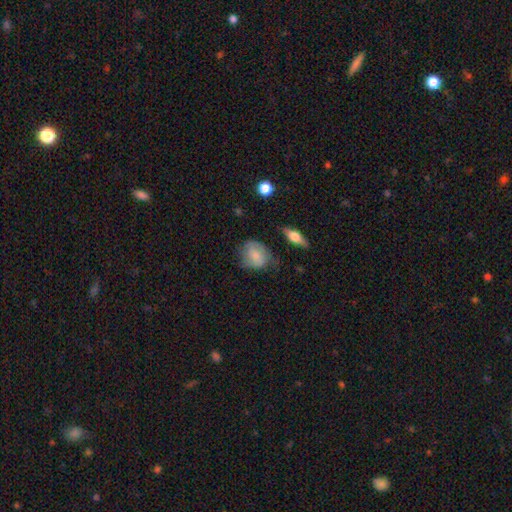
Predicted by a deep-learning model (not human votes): Smooth or featured: smooth — 62% (featured or disk — 30%)
How rounded: in between — 55% (round — 44%)
Merging: none — 53% (minor disturbance — 30%)